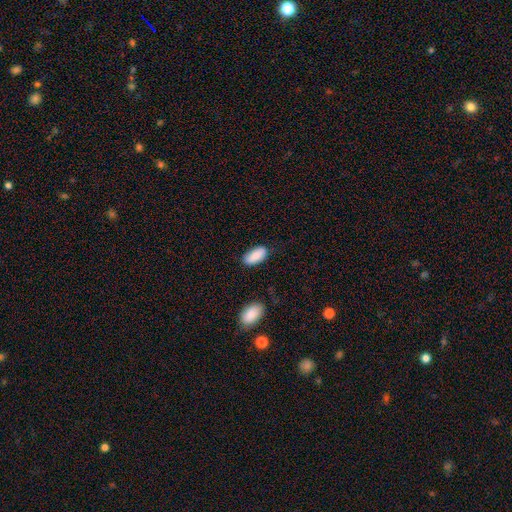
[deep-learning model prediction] Smooth or featured? smooth (89%)
How rounded? in between (90%)
Merging? none (82%)